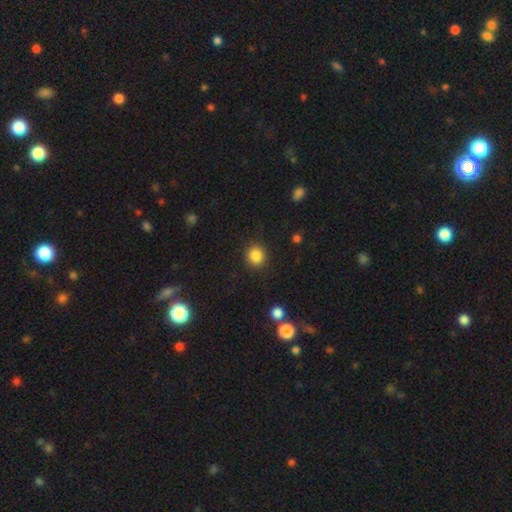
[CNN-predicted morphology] smooth 85%, star or artifact 10%, featured or disk 5%. Down the decision tree: how rounded — round (86%); merging — none (90%).